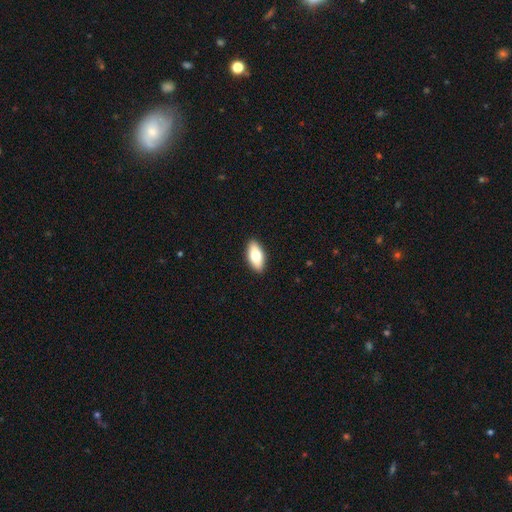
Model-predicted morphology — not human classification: smooth 72%, featured or disk 22%, star or artifact 6%. Down the decision tree: how rounded — in between (86%); merging — none (90%).